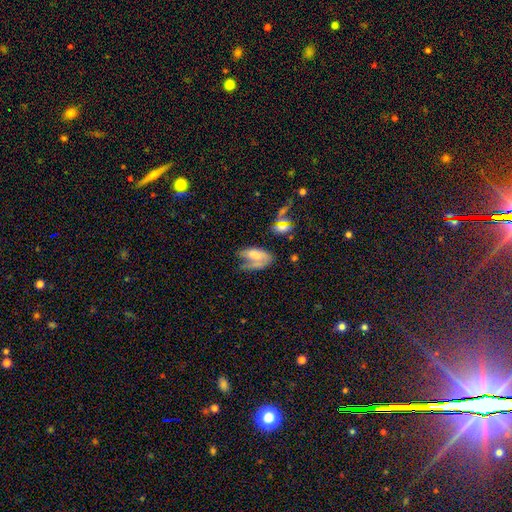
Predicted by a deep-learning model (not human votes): smooth 52%, featured or disk 38%, star or artifact 10%. Down the decision tree: how rounded — in between (89%); merging — major disturbance (35%).